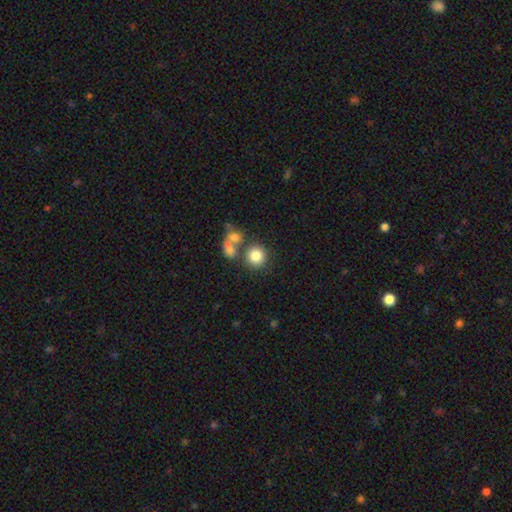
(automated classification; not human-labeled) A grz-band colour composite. It shows a smooth galaxy with no disk features (79%) that is round (89%). Merging: none (65%).